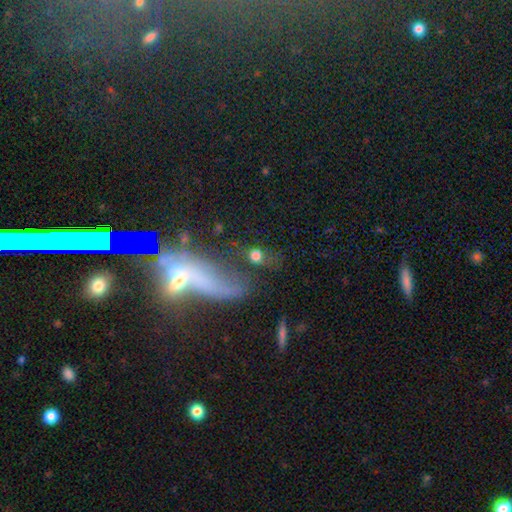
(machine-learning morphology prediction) A smooth galaxy with no disk features (65%) that is round (63%).

Vote fractions:
- Smooth or featured? smooth: 65% / featured or disk: 19% / star or artifact: 16%
- How rounded? round: 63% / in between: 32% / cigar-shaped: 5%
- Merging? none: 48% / merger: 19% / major disturbance: 17% / minor disturbance: 16%